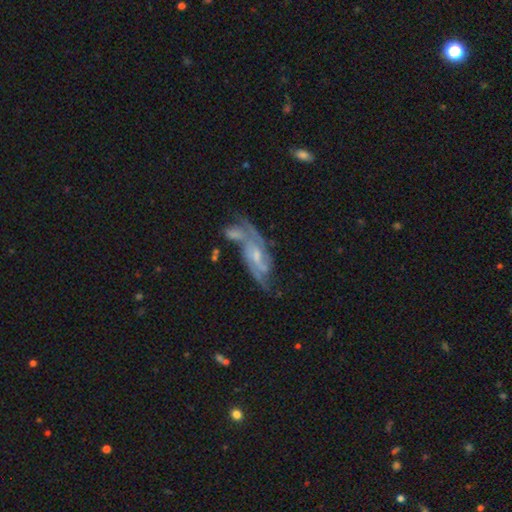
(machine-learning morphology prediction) Smooth or featured: featured or disk — 85% (smooth — 8%)
Edge-on disk: no — 93% (yes — 7%)
Bar: no — 43% (tied with weak — 43%)
Spiral arms: yes — 95% (no — 5%)
Spiral winding: medium — 49% (tight — 30%)
Spiral arm count: 2 — 64% (3 — 13%)
Bulge size: small — 60% (moderate — 31%)
Merging: none — 47% (merger — 21%)